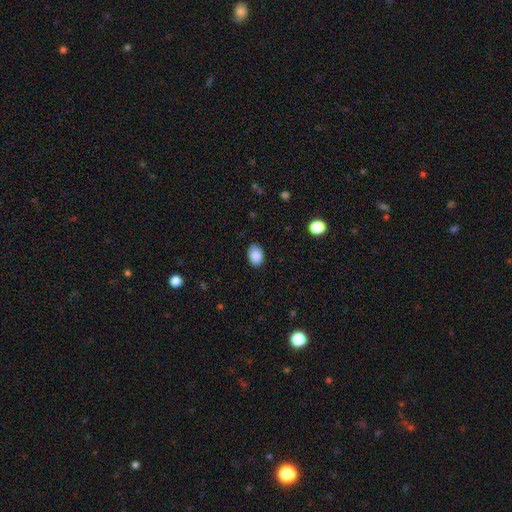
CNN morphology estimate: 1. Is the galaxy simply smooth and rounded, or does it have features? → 87% smooth, 8% star or artifact, 5% featured or disk.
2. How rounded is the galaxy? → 81% in between, 18% round, 1% cigar-shaped.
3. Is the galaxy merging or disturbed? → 83% none, 14% minor disturbance, 3% major disturbance, 1% merger.